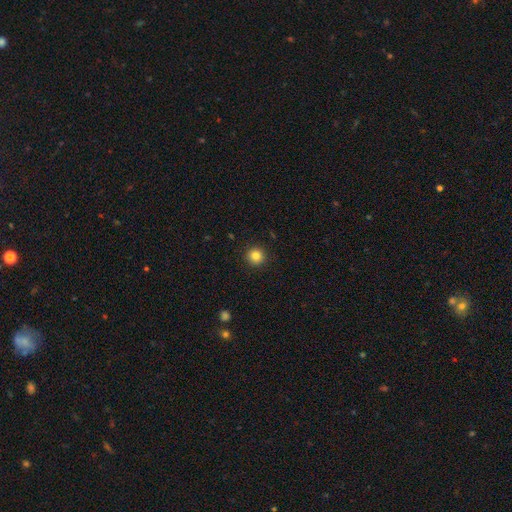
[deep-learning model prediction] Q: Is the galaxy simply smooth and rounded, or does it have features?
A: smooth — 84%.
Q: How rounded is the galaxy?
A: round — 95%.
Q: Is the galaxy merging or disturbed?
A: none — 93%.